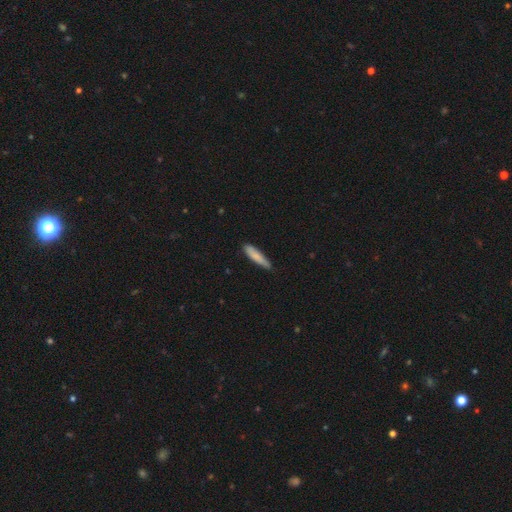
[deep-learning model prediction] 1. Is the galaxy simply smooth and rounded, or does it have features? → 82% smooth, 12% featured or disk, 6% star or artifact.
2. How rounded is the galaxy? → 79% cigar-shaped, 20% in between, 1% round.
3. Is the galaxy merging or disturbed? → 74% none, 22% minor disturbance, 3% major disturbance, 1% merger.